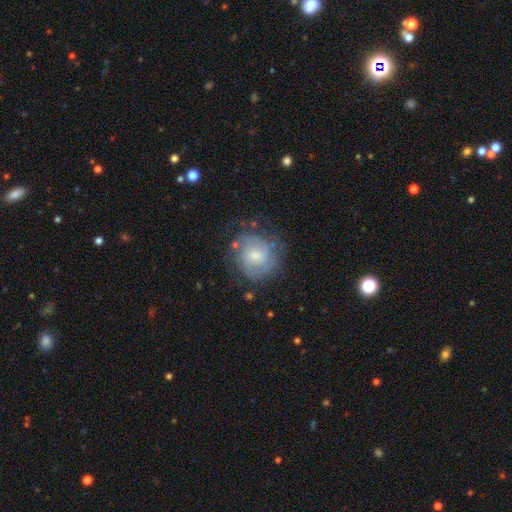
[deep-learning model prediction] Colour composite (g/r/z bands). It shows a featured or disk galaxy (63%) with no bar (63%), 2 (44%) tight (57%) spiral arms (83%) and a moderate central bulge (45%). Merging: none (68%).